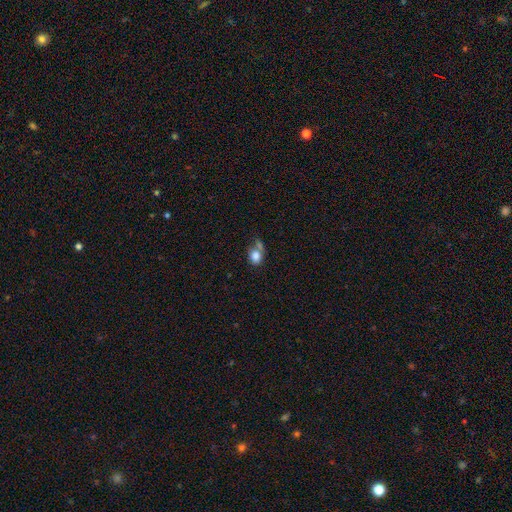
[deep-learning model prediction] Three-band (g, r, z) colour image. It shows a smooth galaxy with no disk features (81%) that is in between round and cigar-shaped (51%). Merging: none (39%).